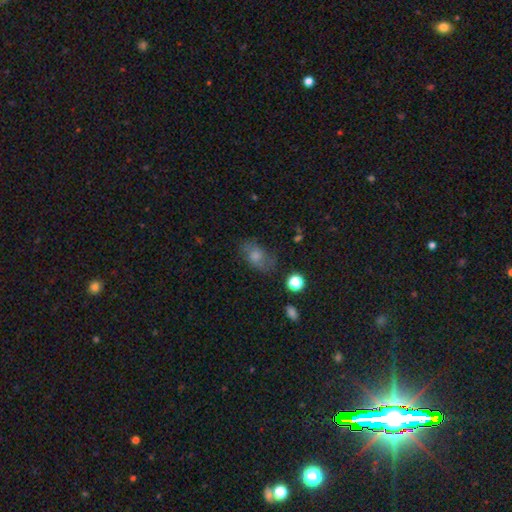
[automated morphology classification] The model was most divided on "smooth or featured": smooth: 49%, featured or disk: 32%, star or artifact: 19%. More confident: merging — none (71%).